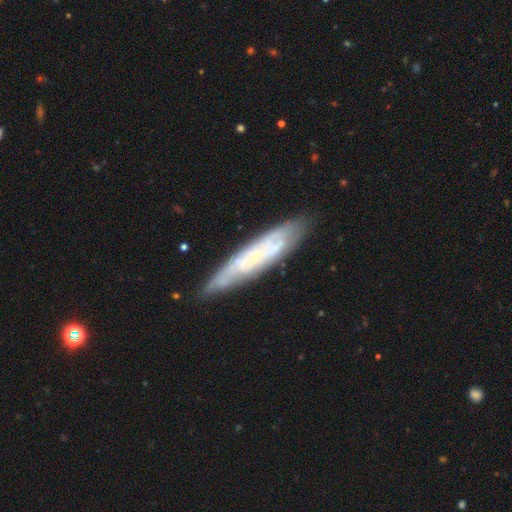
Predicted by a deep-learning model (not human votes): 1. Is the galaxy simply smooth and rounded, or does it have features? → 66% featured or disk, 27% smooth, 7% star or artifact.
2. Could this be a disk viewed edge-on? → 52% no, 48% yes.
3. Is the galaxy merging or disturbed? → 79% none, 16% minor disturbance, 3% major disturbance, 2% merger.